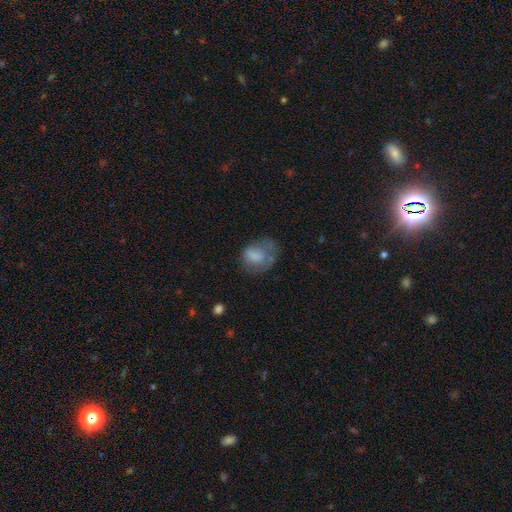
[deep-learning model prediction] A smooth galaxy with no disk features (70%) that is in between round and cigar-shaped (58%).

Vote fractions:
- Smooth or featured? smooth: 70% / featured or disk: 20% / star or artifact: 10%
- How rounded? in between: 58% / round: 41% / cigar-shaped: 1%
- Merging? none: 36% / minor disturbance: 30% / major disturbance: 30% / merger: 4%